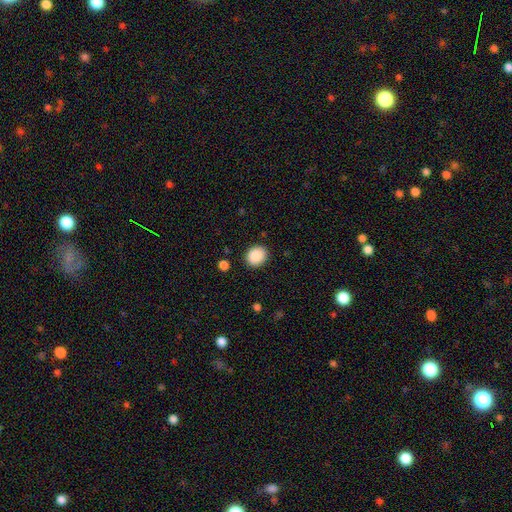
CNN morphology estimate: The model was most divided on "how rounded": round: 73%, in between: 26%, cigar-shaped: 1%. More confident: smooth or featured — smooth (89%); merging — none (89%).